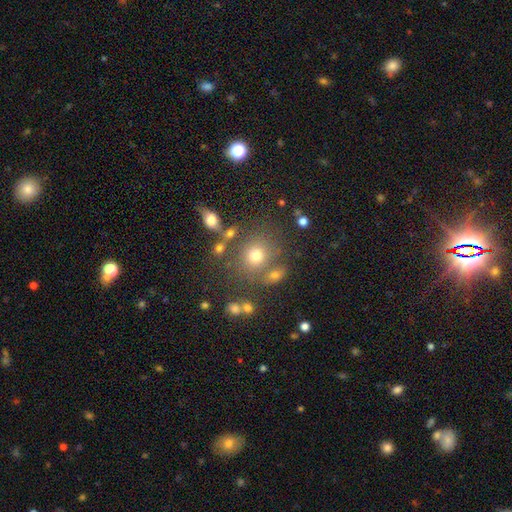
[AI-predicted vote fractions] Overall: smooth (70%). How rounded: round (77%). Merging: none (68%).